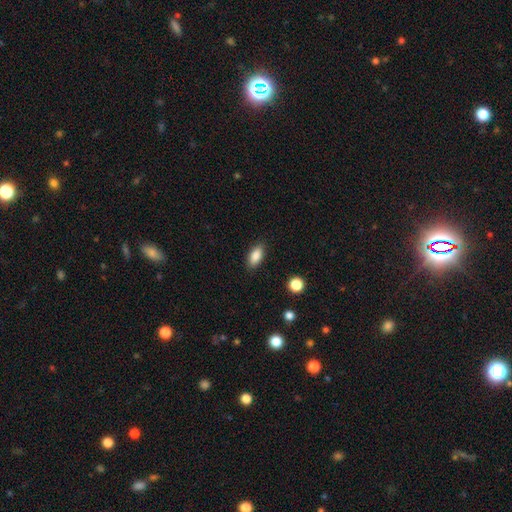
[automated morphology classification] type=smooth (86%); roundness=in between (89%); merging=none (87%).